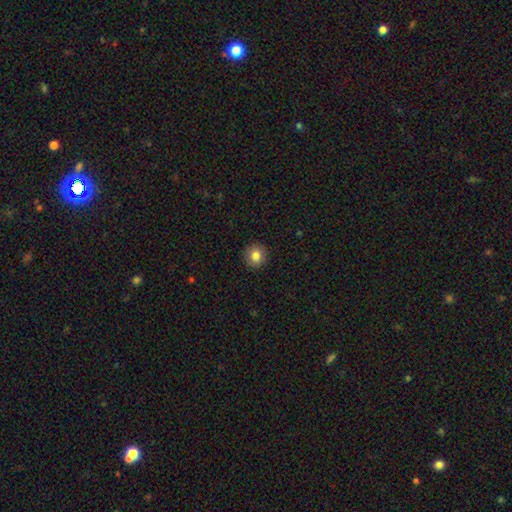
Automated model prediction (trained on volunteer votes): A smooth galaxy with no disk features (83%) that is round (92%). Merging: none (92%).